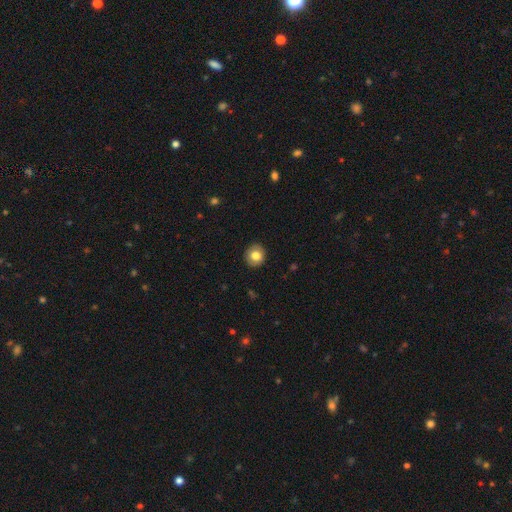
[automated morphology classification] This appears to be a smooth galaxy with no disk features (81%) that is round (86%). Merging: none (89%).